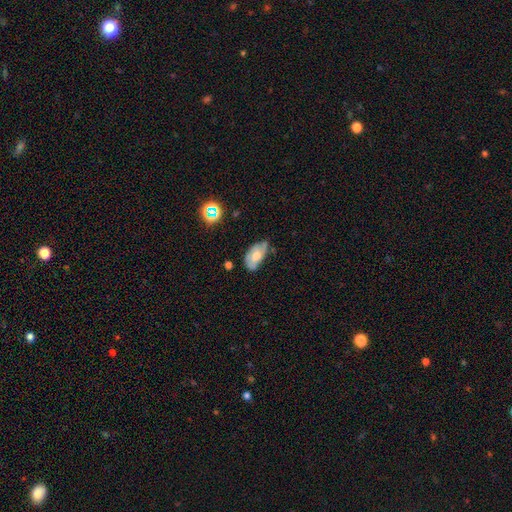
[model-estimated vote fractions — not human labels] Overall: smooth (55%; featured or disk 36%). How rounded: in between (92%). Merging: none (46%; minor disturbance 39%).